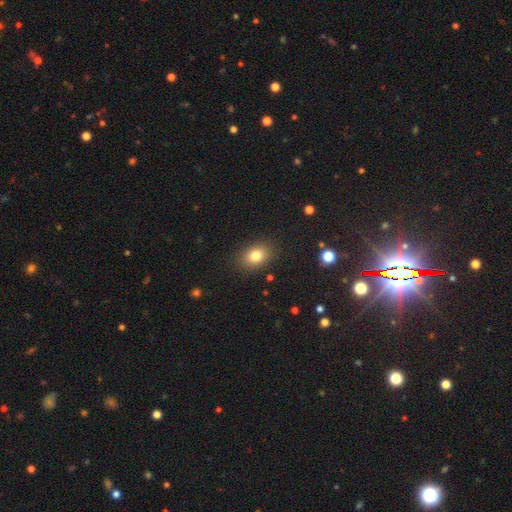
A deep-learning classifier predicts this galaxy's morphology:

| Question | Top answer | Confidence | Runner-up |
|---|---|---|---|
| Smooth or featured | smooth | 81% | star or artifact (11%) |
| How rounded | in between | 67% | round (32%) |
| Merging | none | 87% | minor disturbance (9%) |